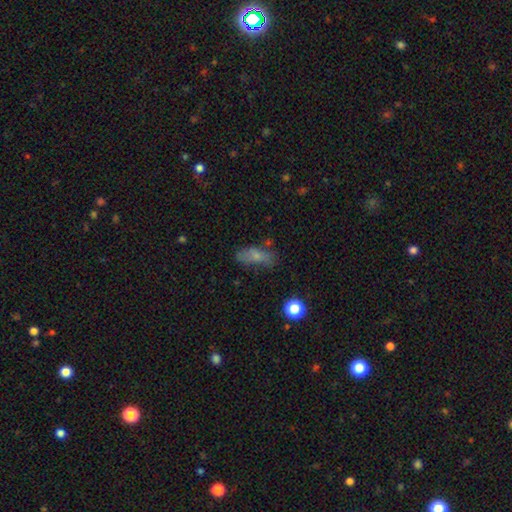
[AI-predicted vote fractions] A smooth galaxy with no disk features (68%) that is in between round and cigar-shaped (74%). Merging: none (51%).